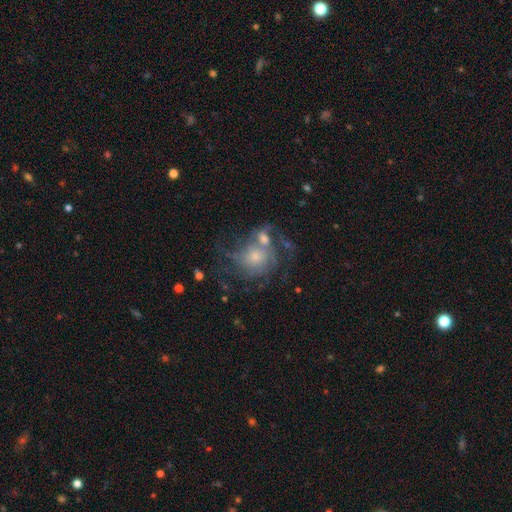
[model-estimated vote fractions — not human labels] Smooth or featured: featured or disk — 71% (smooth — 19%)
Edge-on disk: no — 97% (yes — 3%)
Bar: no — 78% (weak — 19%)
Spiral arms: yes — 84% (no — 16%)
Spiral winding: tight — 40% (medium — 38%)
Spiral arm count: can't tell — 43% (3 — 18%)
Bulge size: small — 54% (moderate — 35%)
Merging: none — 40% (merger — 28%)